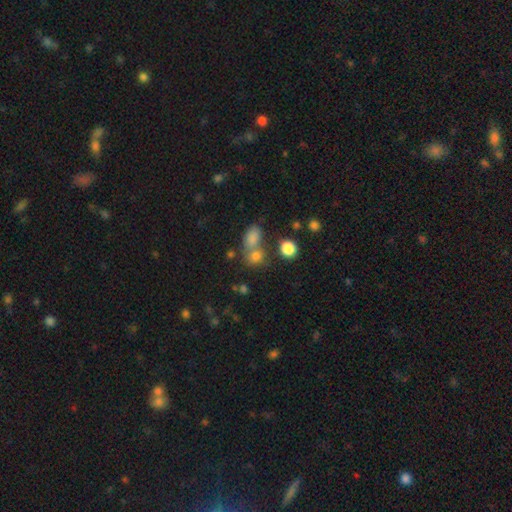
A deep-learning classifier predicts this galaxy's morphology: Smooth or featured? Predicted: smooth (p=0.56). How rounded? Predicted: round (p=0.58). Merging? Predicted: none (p=0.51).